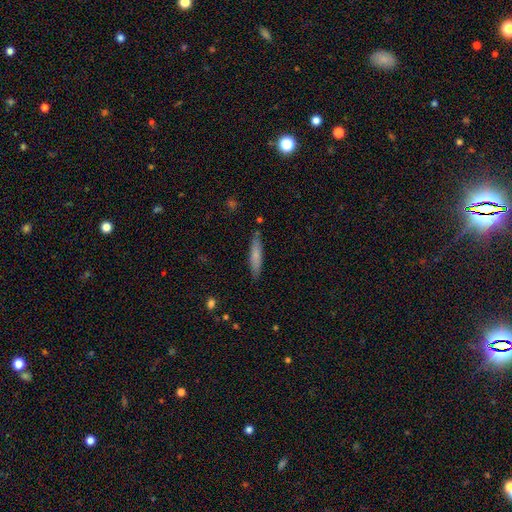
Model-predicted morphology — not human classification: This appears to be a smooth galaxy with no disk features (73%) that is cigar-shaped (86%). Merging: none (84%).